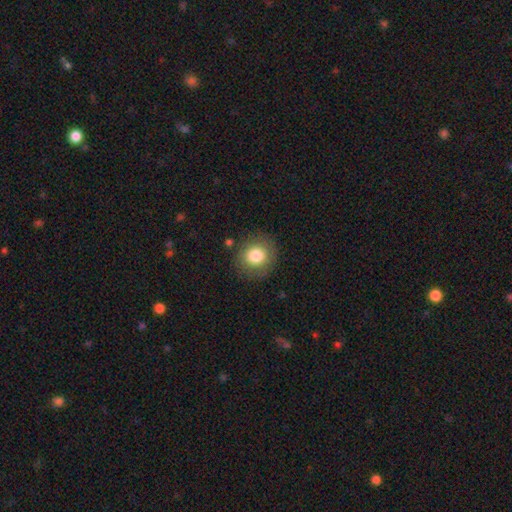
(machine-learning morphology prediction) smooth_or_featured: smooth (p=0.80) [alt: featured or disk p=0.11]
how_rounded: round (p=0.87) [alt: in between p=0.12]
merging: none (p=0.85) [alt: minor disturbance p=0.10]